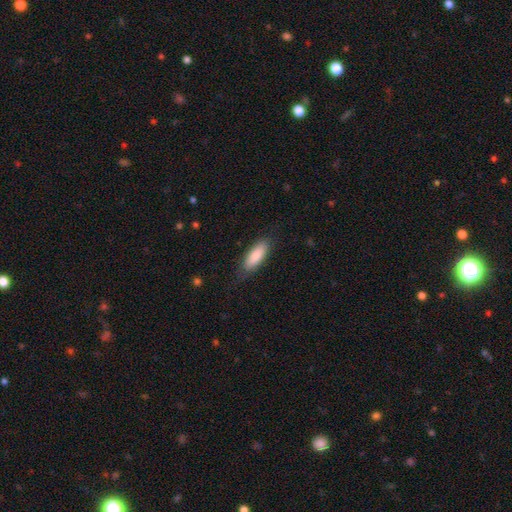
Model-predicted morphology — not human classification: smooth-or-featured: smooth: 85% | featured or disk: 9% | star or artifact: 6%
  how-rounded: in between: 67% | cigar-shaped: 31% | round: 2%
  merging: none: 80% | minor disturbance: 15% | major disturbance: 4% | merger: 1%